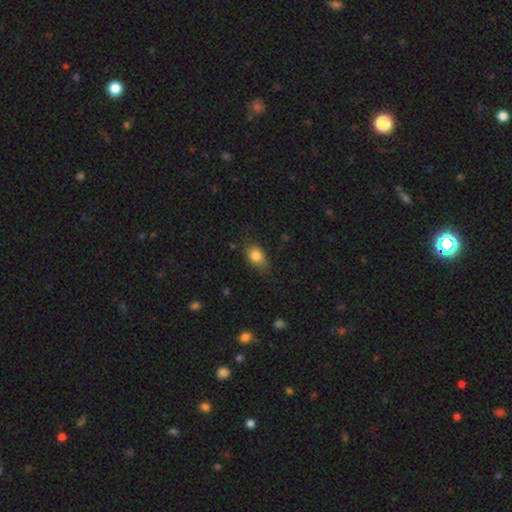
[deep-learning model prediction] The model was most divided on "merging": none: 71%, minor disturbance: 22%, major disturbance: 5%, merger: 1%. More confident: smooth or featured — smooth (83%); how rounded — in between (75%).